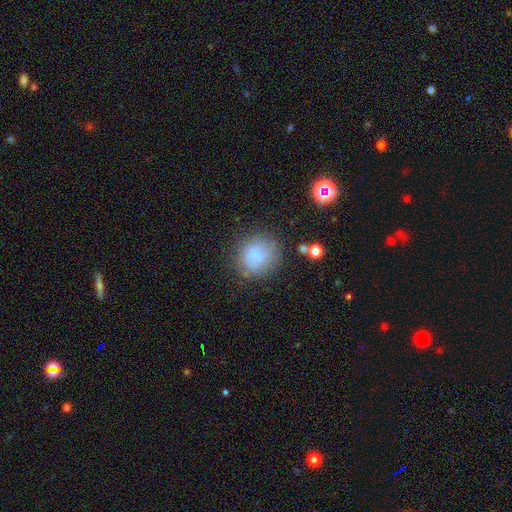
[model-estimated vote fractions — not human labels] Smooth or featured? smooth (75%)
How rounded? round (80%)
Merging? none (67%)